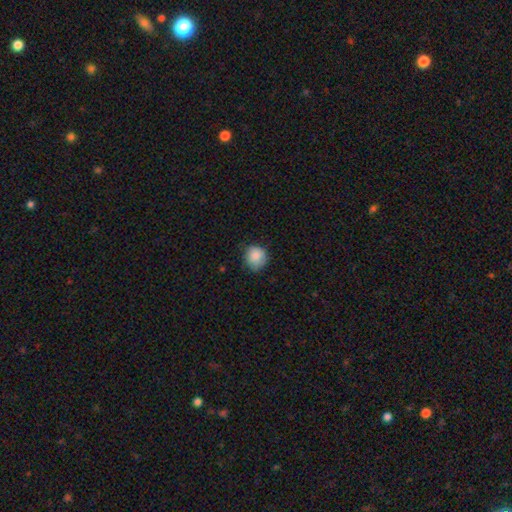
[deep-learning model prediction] This appears to be a smooth galaxy with no disk features (86%) that is round (84%). Merging: none (71%).